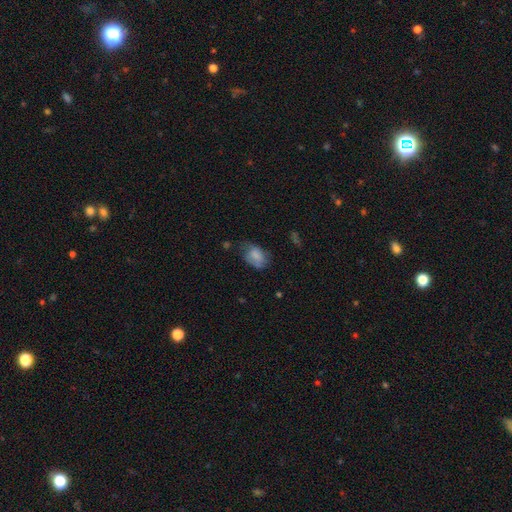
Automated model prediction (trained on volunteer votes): A smooth galaxy with no disk features (76%) that is in between round and cigar-shaped (80%). Merging: none (47%).